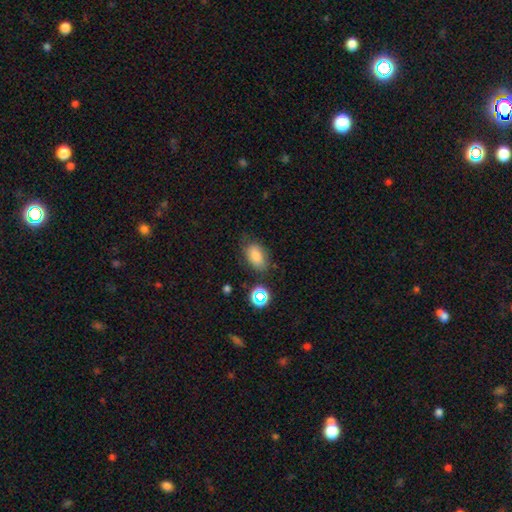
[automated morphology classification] Smooth or featured: smooth — 79% (star or artifact — 12%)
How rounded: in between — 87% (round — 11%)
Merging: none — 69% (minor disturbance — 21%)